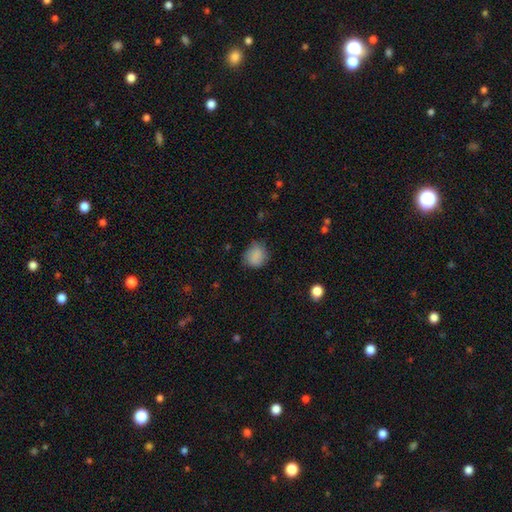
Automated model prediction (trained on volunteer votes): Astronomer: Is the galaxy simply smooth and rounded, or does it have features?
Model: smooth — 84%.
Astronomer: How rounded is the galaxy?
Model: round — 69%.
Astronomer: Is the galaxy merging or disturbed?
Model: none — 68%.